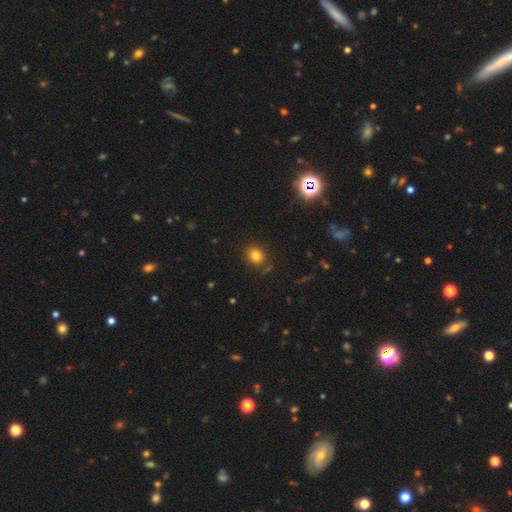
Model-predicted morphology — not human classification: This appears to be a smooth galaxy with no disk features (79%) that is round (66%). Merging: none (82%).